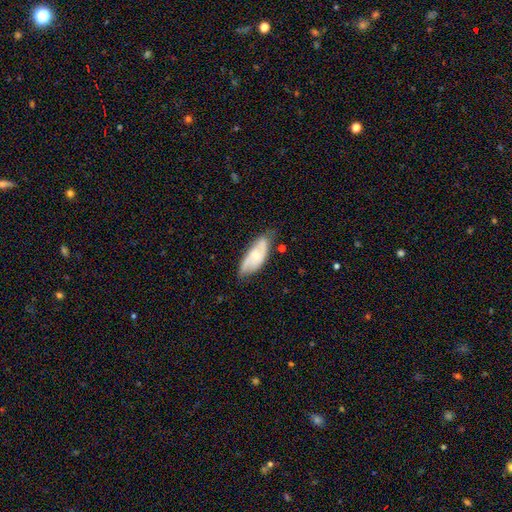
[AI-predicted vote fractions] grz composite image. It shows a featured or disk galaxy (52%). Merging: none (64%).